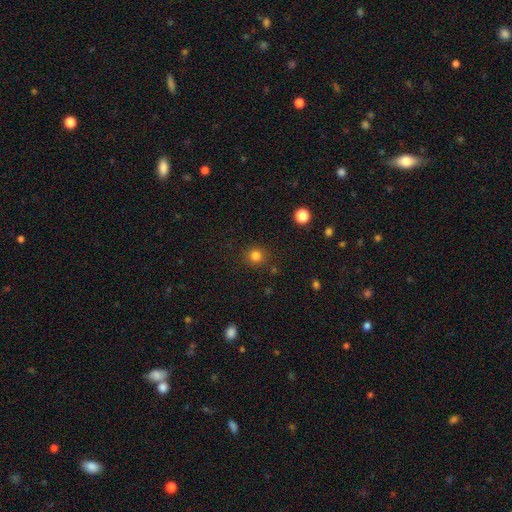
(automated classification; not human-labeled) The model was most divided on "smooth or featured": smooth: 82%, star or artifact: 14%, featured or disk: 5%. More confident: how rounded — round (91%); merging — none (88%).